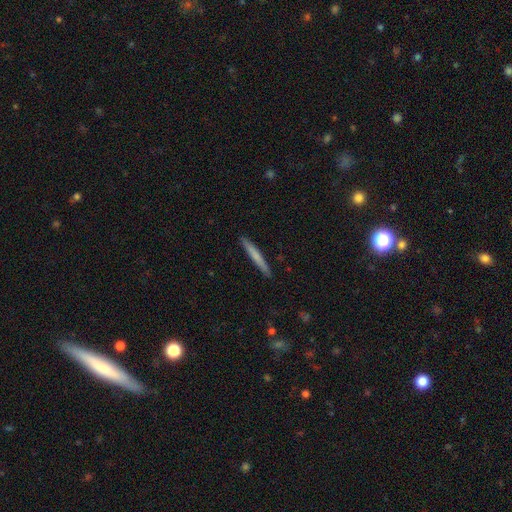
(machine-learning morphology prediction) Smooth or featured: smooth — 65% (featured or disk — 29%)
How rounded: cigar-shaped — 96% (in between — 2%)
Merging: none — 92% (minor disturbance — 6%)